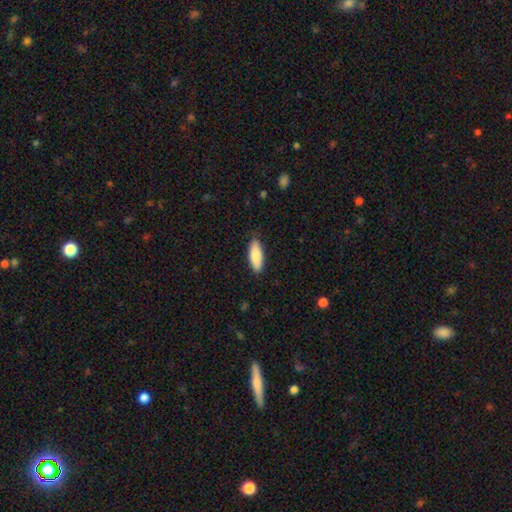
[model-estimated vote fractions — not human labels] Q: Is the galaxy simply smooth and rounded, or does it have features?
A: smooth — 85%.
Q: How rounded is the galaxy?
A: in between — 65%.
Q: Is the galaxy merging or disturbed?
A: none — 84%.